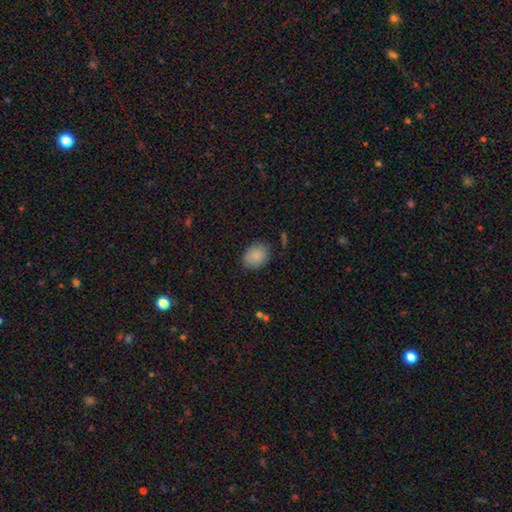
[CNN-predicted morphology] Q: Smooth or featured?
A: smooth (87%); runner-up: star or artifact (8%)
Q: How rounded?
A: in between (65%); runner-up: round (34%)
Q: Merging?
A: none (82%); runner-up: minor disturbance (13%)